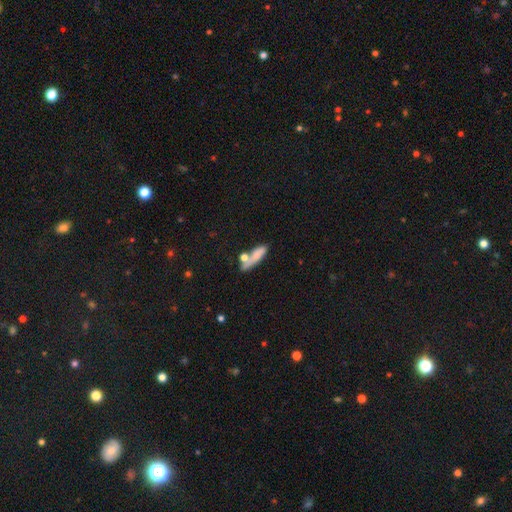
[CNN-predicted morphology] type=smooth (69%); roundness=cigar-shaped (55%); merging=none (42%).